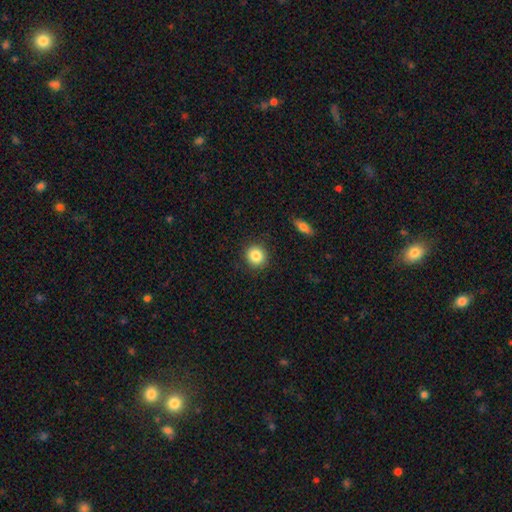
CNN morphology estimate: Smooth or featured?
  - smooth: 85% *
  - star or artifact: 9%
  - featured or disk: 6%
How rounded?
  - round: 88% *
  - in between: 11%
  - cigar-shaped: 1%
Merging?
  - none: 90% *
  - minor disturbance: 7%
  - major disturbance: 2%
  - merger: 1%